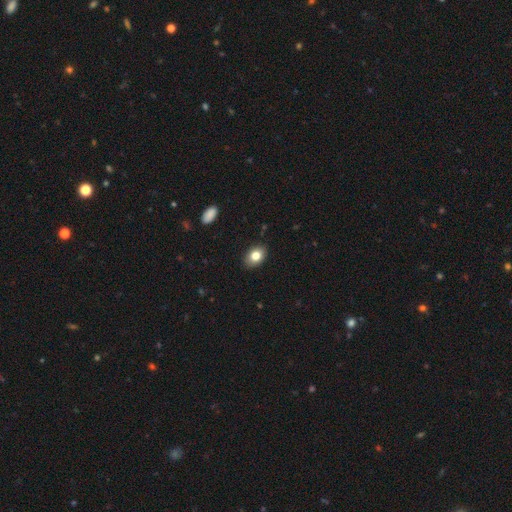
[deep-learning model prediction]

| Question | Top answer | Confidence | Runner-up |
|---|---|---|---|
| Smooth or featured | smooth | 81% | featured or disk (10%) |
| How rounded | in between | 78% | round (21%) |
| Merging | none | 87% | minor disturbance (10%) |